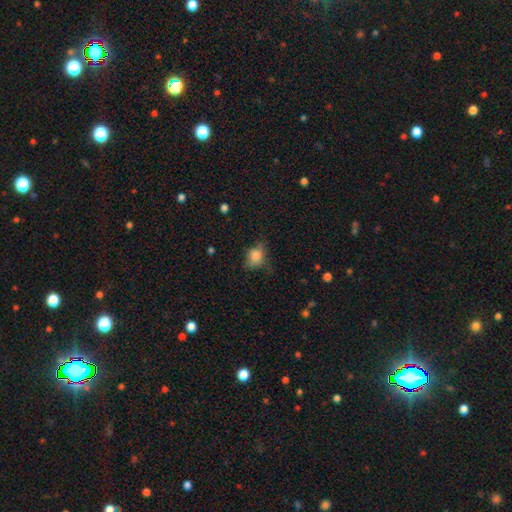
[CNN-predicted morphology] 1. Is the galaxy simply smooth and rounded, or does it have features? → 80% smooth, 10% featured or disk, 10% star or artifact.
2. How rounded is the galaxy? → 50% in between, 49% round, 2% cigar-shaped.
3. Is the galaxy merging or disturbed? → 57% none, 31% minor disturbance, 11% major disturbance, 2% merger.